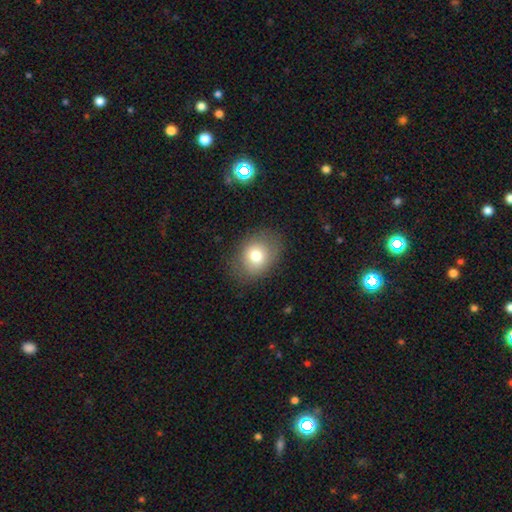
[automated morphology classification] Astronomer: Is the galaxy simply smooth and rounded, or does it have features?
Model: smooth — 74%.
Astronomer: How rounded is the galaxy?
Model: in between — 54% (runner-up: round, 45%).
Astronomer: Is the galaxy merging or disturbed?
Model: none — 80%.